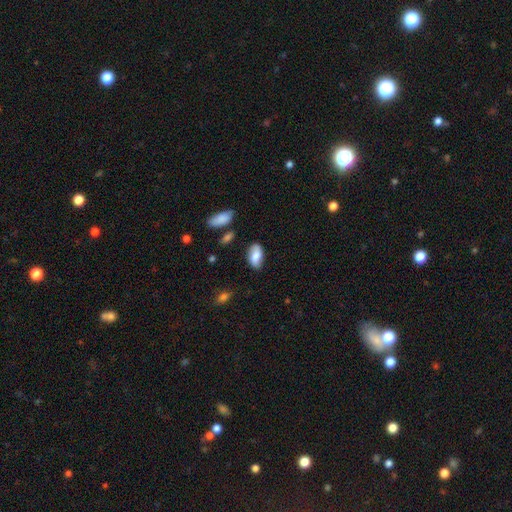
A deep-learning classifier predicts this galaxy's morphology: Smooth or featured? Predicted: smooth (p=0.73). How rounded? Predicted: in between (p=0.92). Merging? Predicted: none (p=0.77).